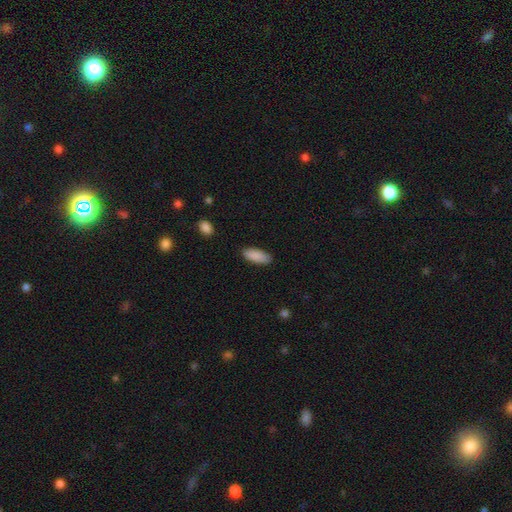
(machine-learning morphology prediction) Q: Smooth or featured?
A: smooth (90%); runner-up: star or artifact (6%)
Q: How rounded?
A: in between (75%); runner-up: cigar-shaped (23%)
Q: Merging?
A: none (87%); runner-up: minor disturbance (10%)